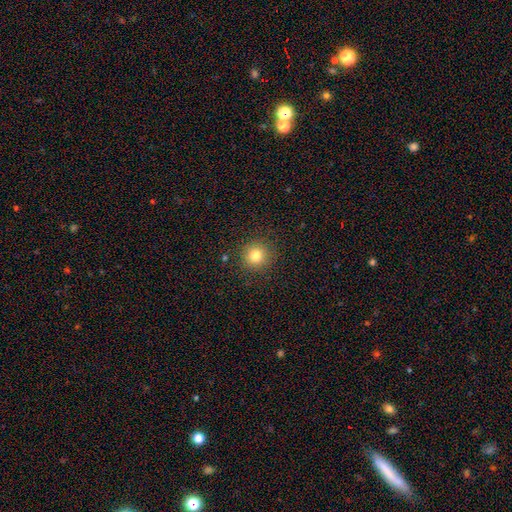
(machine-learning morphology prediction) Smooth or featured? smooth (80%)
How rounded? round (94%)
Merging? none (90%)